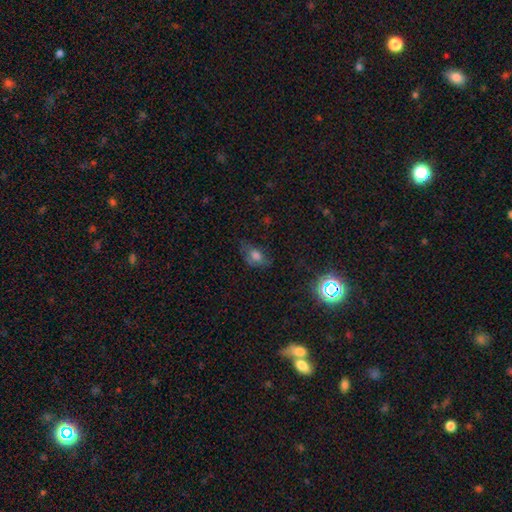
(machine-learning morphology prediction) A smooth galaxy with no disk features (58%) that is in between round and cigar-shaped (81%). Merging: none (52%).